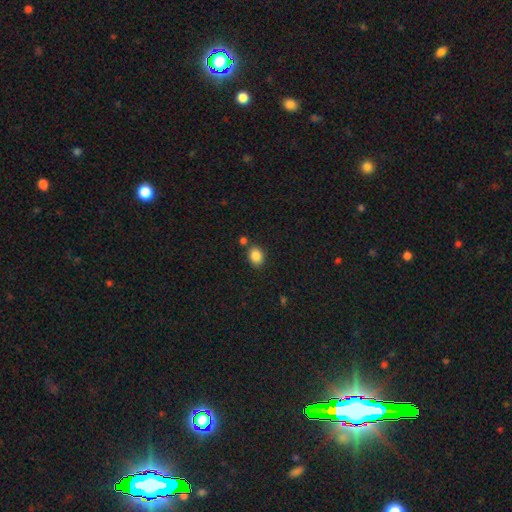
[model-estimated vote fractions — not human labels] Overall: smooth (86%). How rounded: in between (51%; round 48%). Merging: none (77%).